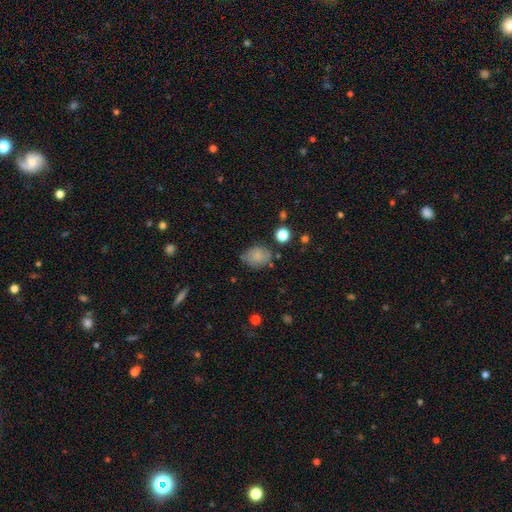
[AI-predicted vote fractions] Overall: smooth (75%). How rounded: in between (55%; round 44%). Merging: none (65%).